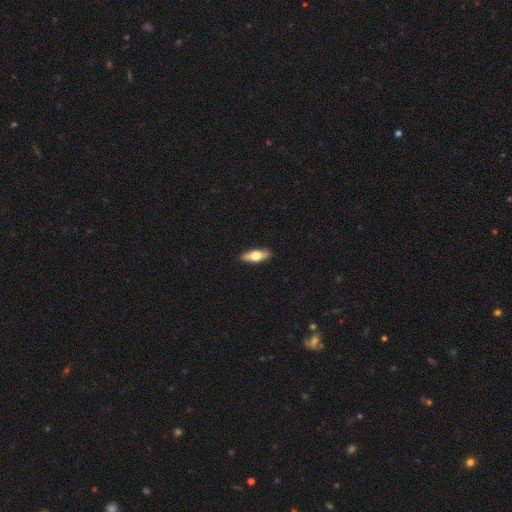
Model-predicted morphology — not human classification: This is likely a smooth galaxy (63%). How rounded: likely in between (68%). Merging: clearly none (88%).